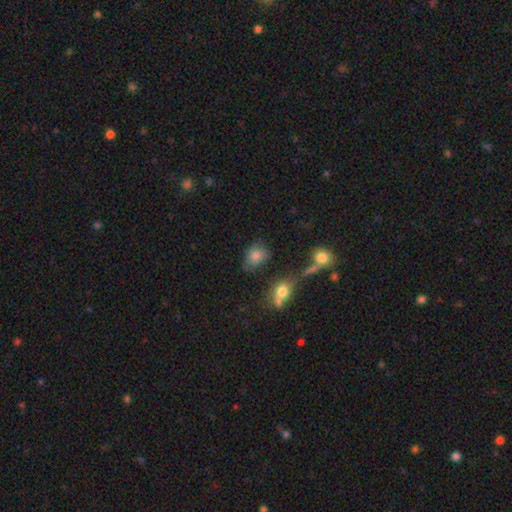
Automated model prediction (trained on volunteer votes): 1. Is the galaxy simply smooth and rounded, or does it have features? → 79% smooth, 11% star or artifact, 10% featured or disk.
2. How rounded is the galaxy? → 59% in between, 39% round, 2% cigar-shaped.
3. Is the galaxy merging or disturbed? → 61% none, 22% minor disturbance, 9% merger, 7% major disturbance.